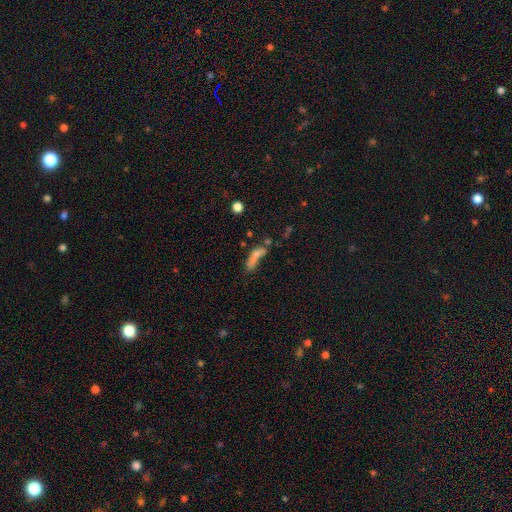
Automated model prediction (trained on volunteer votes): This appears to be a smooth galaxy with no disk features (62%) that is cigar-shaped (50%). Merging: merger (31%).